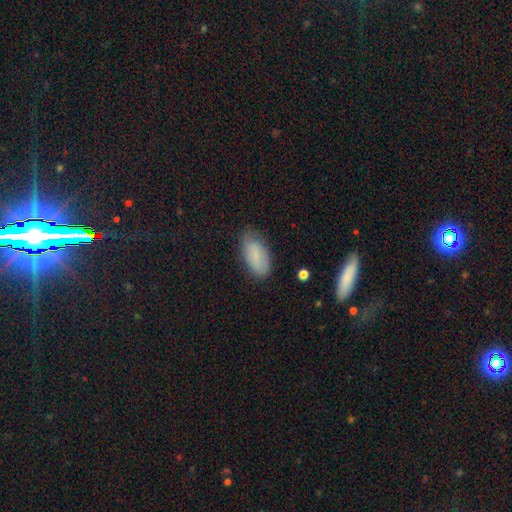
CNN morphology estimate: Smooth or featured? smooth (81%)
How rounded? in between (92%)
Merging? none (72%)